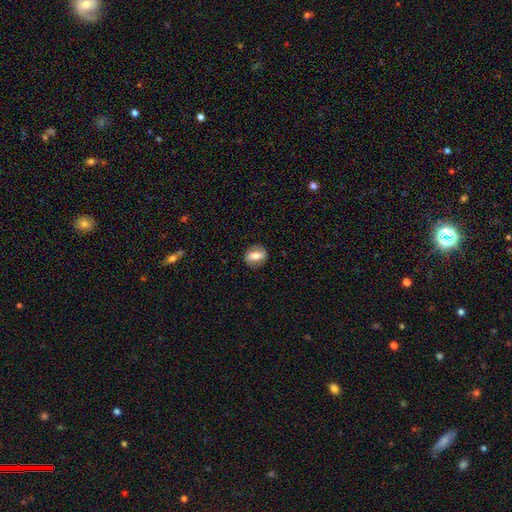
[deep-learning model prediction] Overall: featured or disk (47%; smooth 46%). Merging: none (83%).